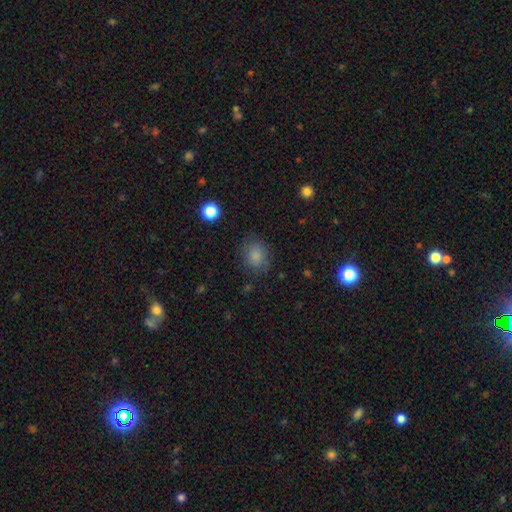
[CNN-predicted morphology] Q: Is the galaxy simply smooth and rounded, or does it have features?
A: smooth — 83%.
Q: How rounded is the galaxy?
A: round — 65%.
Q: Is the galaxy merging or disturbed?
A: none — 78%.